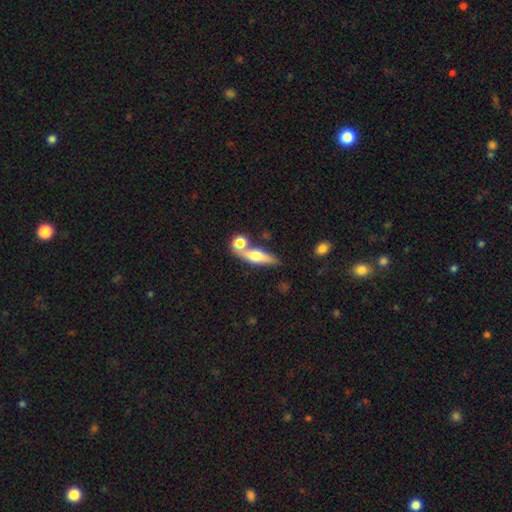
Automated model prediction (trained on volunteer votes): smooth_or_featured: smooth (p=0.47) [alt: featured or disk p=0.45]
merging: none (p=0.57) [alt: merger p=0.25]